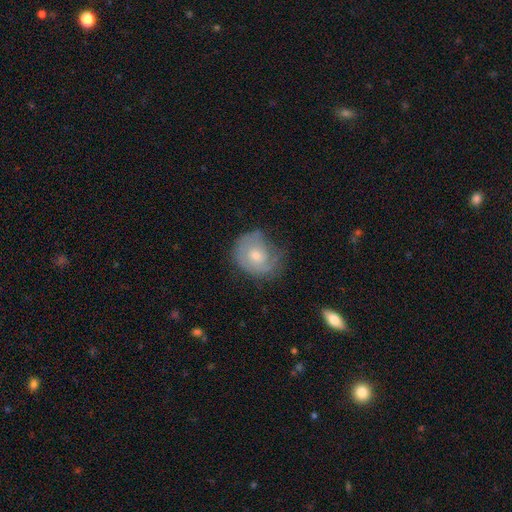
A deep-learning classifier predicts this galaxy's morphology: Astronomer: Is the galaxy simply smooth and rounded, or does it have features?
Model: featured or disk — 59%.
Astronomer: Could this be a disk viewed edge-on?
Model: no — 96%.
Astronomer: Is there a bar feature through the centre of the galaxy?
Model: no — 81%.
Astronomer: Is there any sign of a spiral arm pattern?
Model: yes — 78%.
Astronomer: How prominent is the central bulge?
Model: moderate — 48% (runner-up: small, 47%).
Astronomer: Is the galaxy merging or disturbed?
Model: none — 57%.